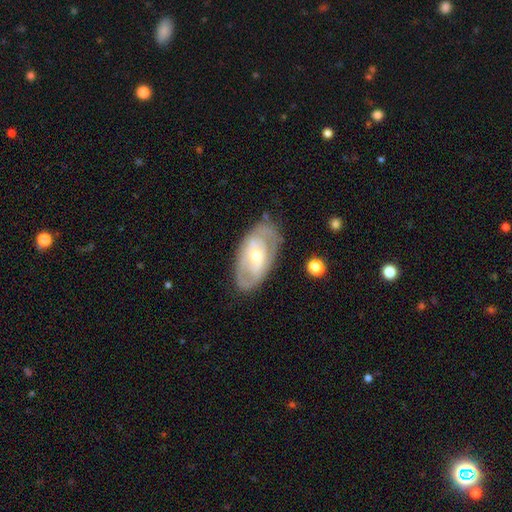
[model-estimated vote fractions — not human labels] This is likely a featured or disk galaxy (70%). It is clearly not viewed edge-on (92%). Bar: possibly no (52%). Spiral arm pattern: possibly yes (60%). Central bulge: possibly moderate (54%). Merging: likely none (75%).